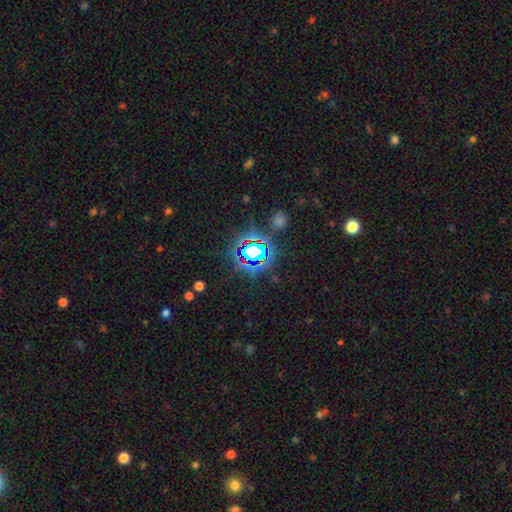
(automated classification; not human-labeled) Morphology: type=star or artifact (79%).